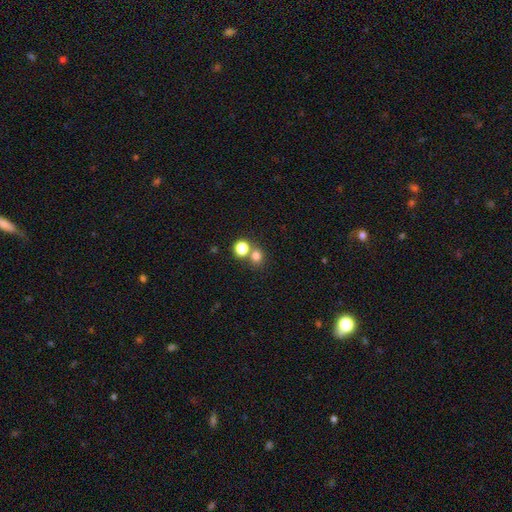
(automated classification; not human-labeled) smooth_or_featured: smooth (p=0.76) [alt: star or artifact p=0.16]
how_rounded: round (p=0.77) [alt: in between p=0.22]
merging: none (p=0.56) [alt: merger p=0.33]